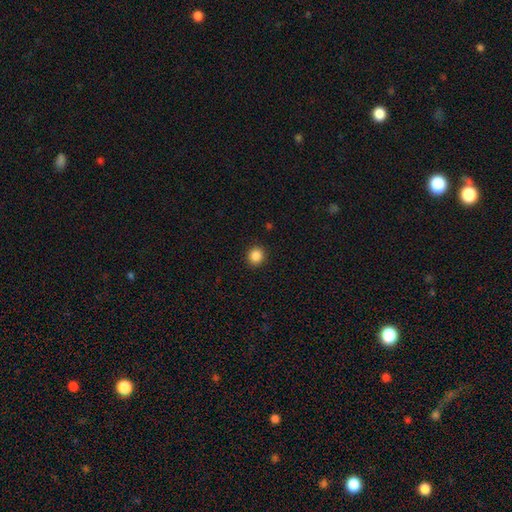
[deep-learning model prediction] A smooth galaxy with no disk features (87%) that is round (88%).

Vote fractions:
- Smooth or featured? smooth: 87% / star or artifact: 10% / featured or disk: 3%
- How rounded? round: 88% / in between: 12% / cigar-shaped: 1%
- Merging? none: 91% / minor disturbance: 6% / major disturbance: 2% / merger: 1%